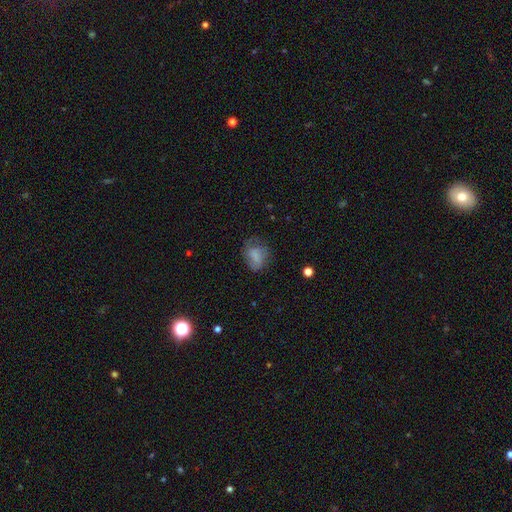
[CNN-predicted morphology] Overall: smooth (64%; featured or disk 26%). How rounded: in between (64%; round 34%). Merging: none (50%; minor disturbance 28%).